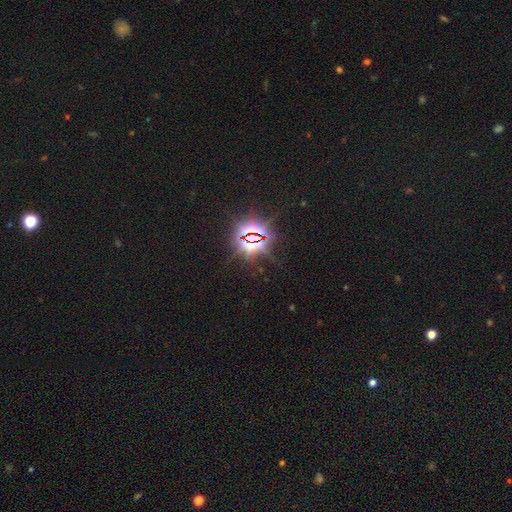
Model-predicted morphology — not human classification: This appears to be a star or artifact, not a galaxy (84%).